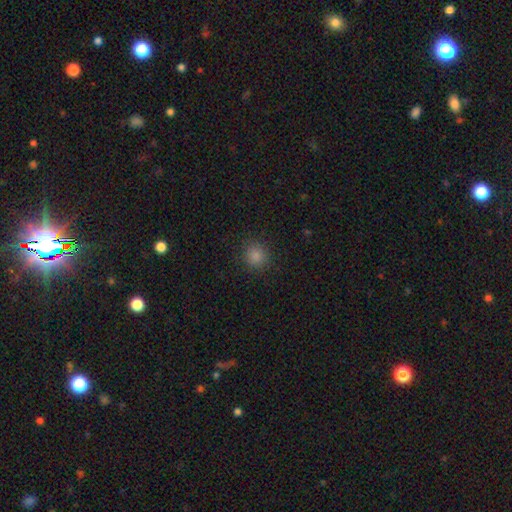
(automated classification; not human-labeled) Q: Smooth or featured?
A: smooth (84%); runner-up: star or artifact (13%)
Q: How rounded?
A: round (89%); runner-up: in between (10%)
Q: Merging?
A: none (89%); runner-up: minor disturbance (8%)